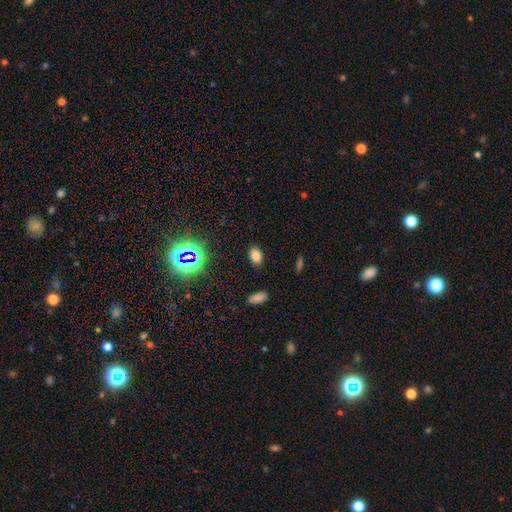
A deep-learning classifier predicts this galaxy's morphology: A smooth galaxy with no disk features (76%) that is in between round and cigar-shaped (84%). Merging: none (86%).